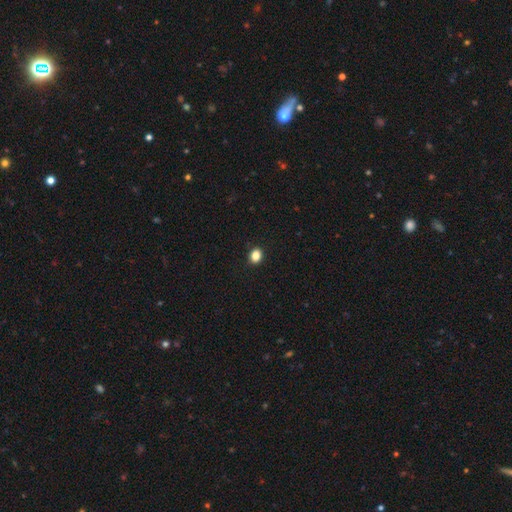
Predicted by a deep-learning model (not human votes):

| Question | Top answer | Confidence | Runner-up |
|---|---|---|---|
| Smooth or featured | smooth | 85% | star or artifact (11%) |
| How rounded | round | 56% | in between (43%) |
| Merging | none | 92% | minor disturbance (6%) |